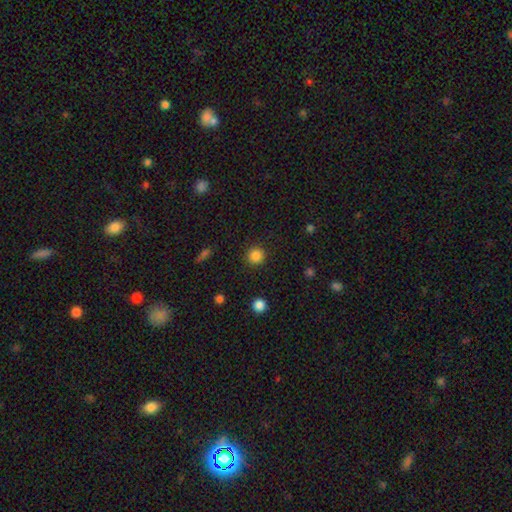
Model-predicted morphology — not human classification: smooth 85%, star or artifact 11%, featured or disk 4%. Down the decision tree: how rounded — round (94%); merging — none (91%).